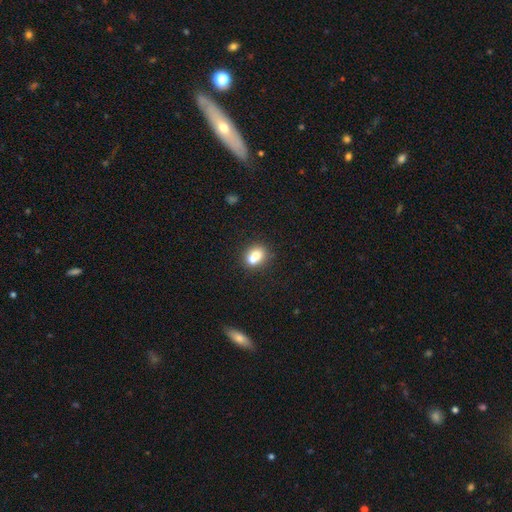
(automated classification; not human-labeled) Morphology: type=smooth (70%); roundness=round (60%); merging=merger (49%).